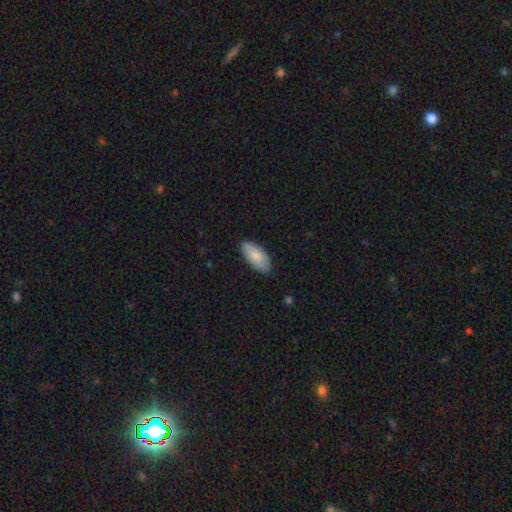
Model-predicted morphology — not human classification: Smooth or featured? smooth (84%)
How rounded? in between (90%)
Merging? none (84%)